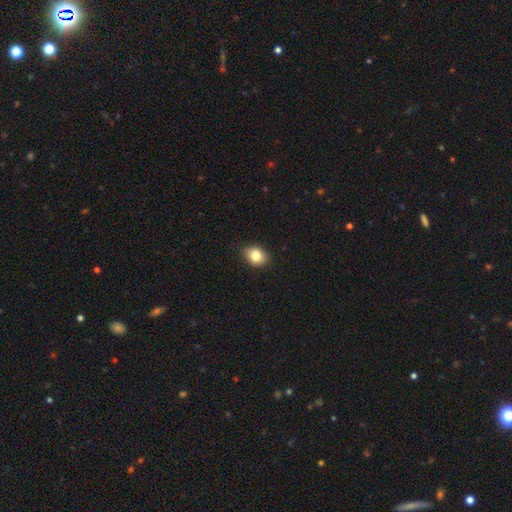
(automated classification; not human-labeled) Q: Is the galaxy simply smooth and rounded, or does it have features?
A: smooth — 82%.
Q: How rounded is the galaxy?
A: in between — 54%.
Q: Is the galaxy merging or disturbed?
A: none — 86%.